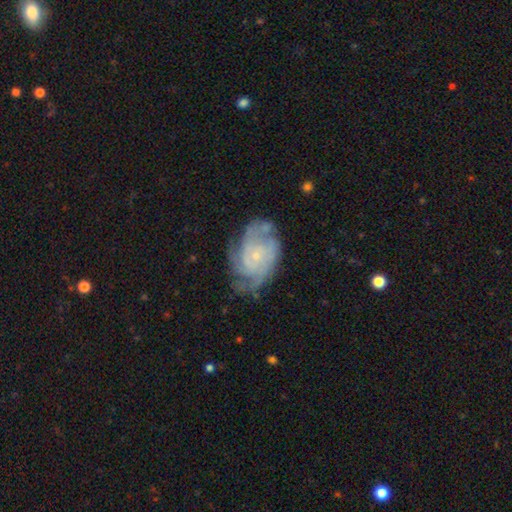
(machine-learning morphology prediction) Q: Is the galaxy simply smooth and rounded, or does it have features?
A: featured or disk — 82%.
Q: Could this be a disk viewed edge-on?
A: no — 97%.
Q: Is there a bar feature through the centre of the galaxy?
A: no — 74%.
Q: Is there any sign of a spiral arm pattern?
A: yes — 94%.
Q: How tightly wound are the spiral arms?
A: tight — 56%.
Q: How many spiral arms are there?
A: can't tell — 29%.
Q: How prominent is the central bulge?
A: small — 80%.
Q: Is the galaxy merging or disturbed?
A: none — 64%.